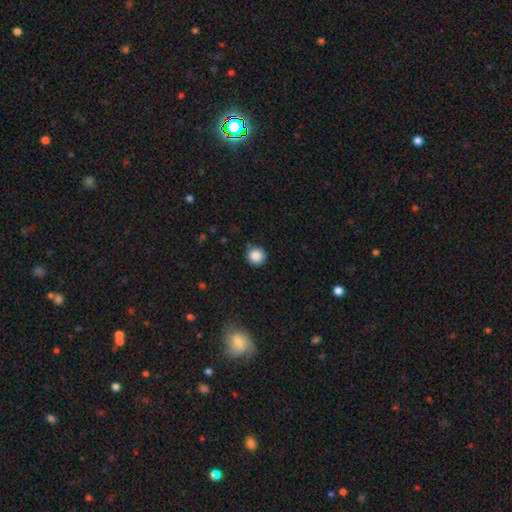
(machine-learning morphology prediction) smooth_or_featured: smooth (p=0.87) [alt: star or artifact p=0.10]
how_rounded: round (p=0.95) [alt: in between p=0.04]
merging: none (p=0.86) [alt: minor disturbance p=0.10]